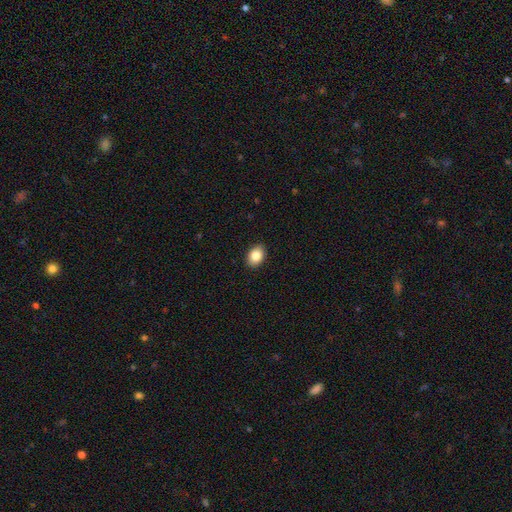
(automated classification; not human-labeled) Smooth or featured?
  - smooth: 85% *
  - star or artifact: 8%
  - featured or disk: 7%
How rounded?
  - in between: 76% *
  - round: 23%
  - cigar-shaped: 1%
Merging?
  - none: 90% *
  - minor disturbance: 7%
  - major disturbance: 2%
  - merger: 1%